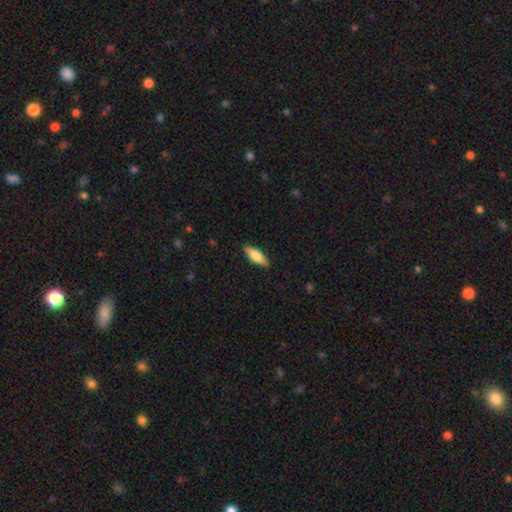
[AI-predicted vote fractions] smooth 69%, featured or disk 25%, star or artifact 6%. Down the decision tree: how rounded — in between (64%); merging — none (85%).